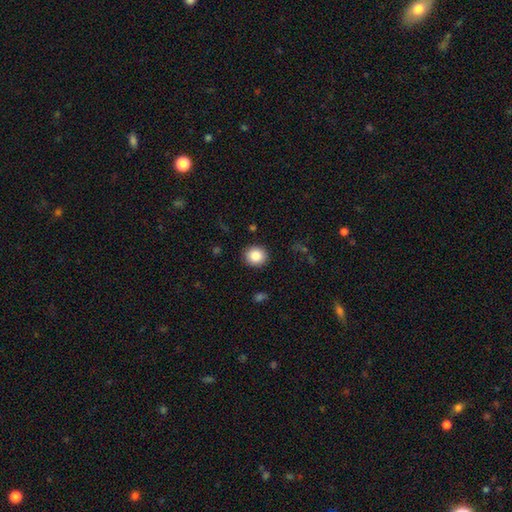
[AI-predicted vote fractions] Q: Smooth or featured?
A: smooth (86%); runner-up: star or artifact (9%)
Q: How rounded?
A: round (86%); runner-up: in between (13%)
Q: Merging?
A: none (90%); runner-up: minor disturbance (6%)